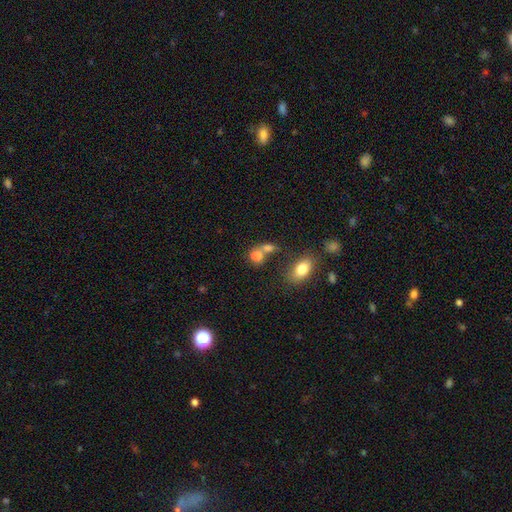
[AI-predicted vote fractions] Smooth or featured?
  - smooth: 74% *
  - featured or disk: 14%
  - star or artifact: 12%
How rounded?
  - round: 51% *
  - in between: 47%
  - cigar-shaped: 2%
Merging?
  - merger: 57% *
  - none: 28%
  - minor disturbance: 9%
  - major disturbance: 6%